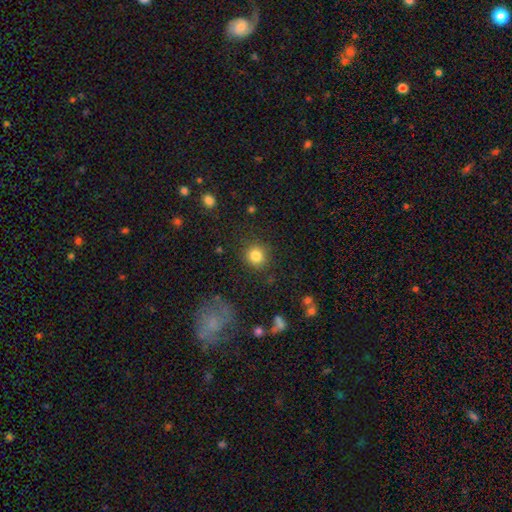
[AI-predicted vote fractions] A smooth galaxy with no disk features (84%) that is round (90%). Merging: none (86%).